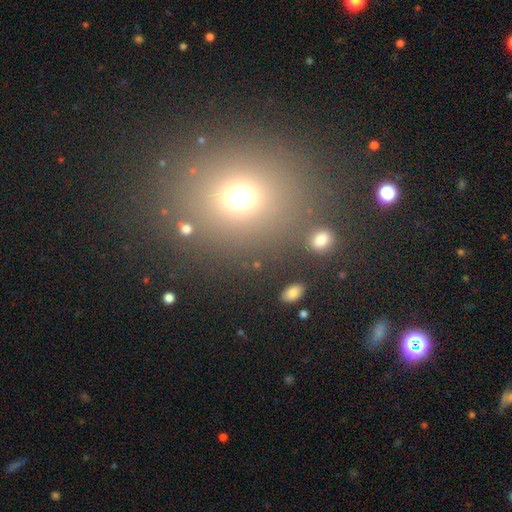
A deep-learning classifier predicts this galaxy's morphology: The model was most divided on "how rounded": round: 63%, in between: 36%, cigar-shaped: 1%. More confident: merging — none (85%); smooth or featured — smooth (63%).